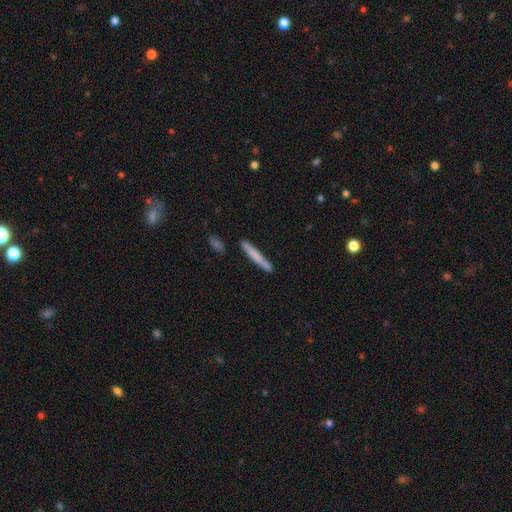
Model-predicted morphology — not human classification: type=smooth (70%); roundness=cigar-shaped (95%); merging=none (81%).